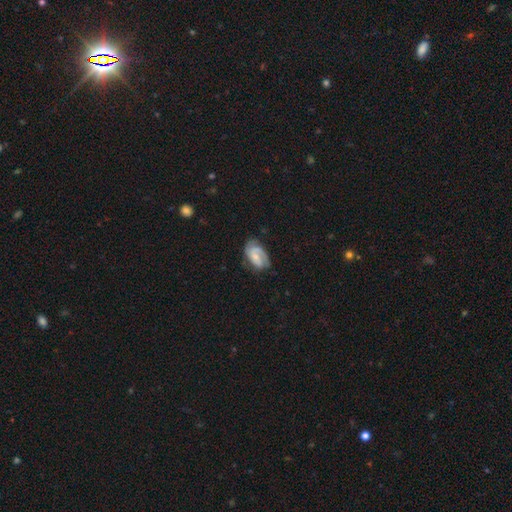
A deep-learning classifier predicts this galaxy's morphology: Smooth or featured? Predicted: featured or disk (p=0.72). Edge-on disk? Predicted: no (p=0.97). Bar? Predicted: no (p=0.47). Spiral arms? Predicted: yes (p=0.93). Spiral winding? Predicted: tight (p=0.46). Spiral arm count? Predicted: 2 (p=0.60). Bulge size? Predicted: small (p=0.55). Merging? Predicted: none (p=0.63).